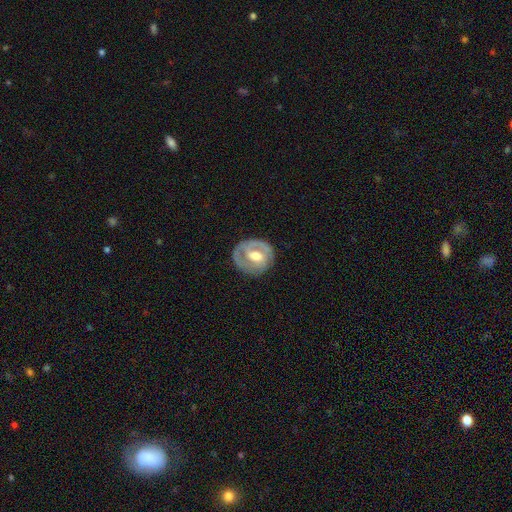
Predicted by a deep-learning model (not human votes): Smooth or featured? featured or disk (69%)
Edge-on disk? no (96%)
Bar? weak (45%)
Spiral arms? yes (69%)
Bulge size? moderate (67%)
Merging? none (73%)